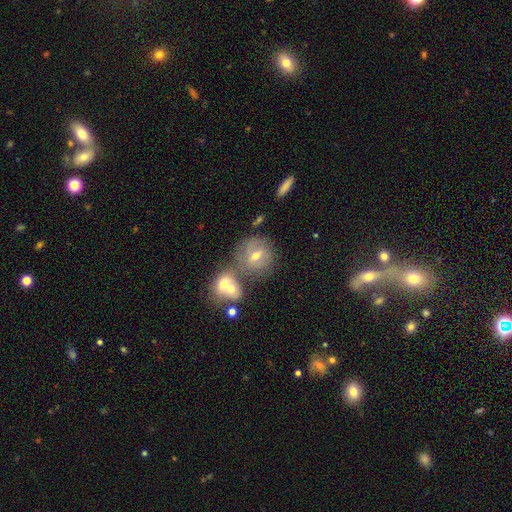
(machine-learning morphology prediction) Smooth or featured: smooth — 50% (featured or disk — 38%)
How rounded: round — 84% (in between — 15%)
Merging: none — 51% (merger — 29%)